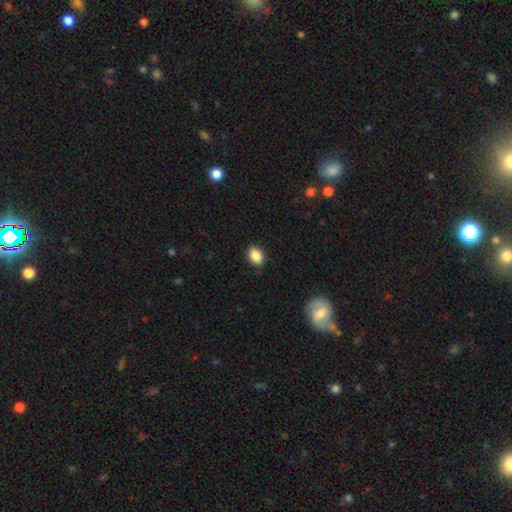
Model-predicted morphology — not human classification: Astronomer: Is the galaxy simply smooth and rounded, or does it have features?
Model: smooth — 88%.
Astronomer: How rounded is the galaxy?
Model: in between — 75%.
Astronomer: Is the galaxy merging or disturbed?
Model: none — 86%.